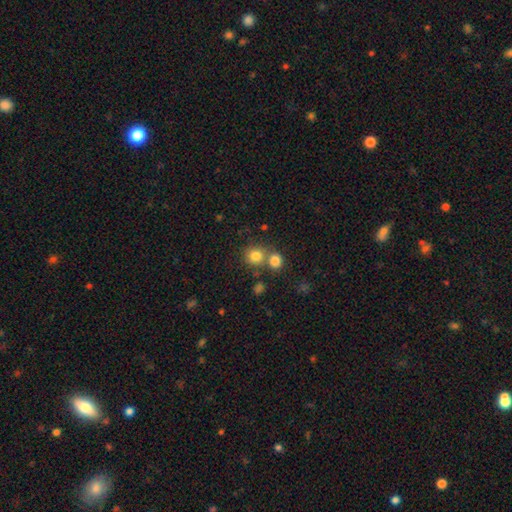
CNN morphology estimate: Smooth or featured?
  - smooth: 80% *
  - star or artifact: 12%
  - featured or disk: 8%
How rounded?
  - round: 86% *
  - in between: 13%
  - cigar-shaped: 1%
Merging?
  - none: 57% *
  - merger: 32%
  - minor disturbance: 8%
  - major disturbance: 3%